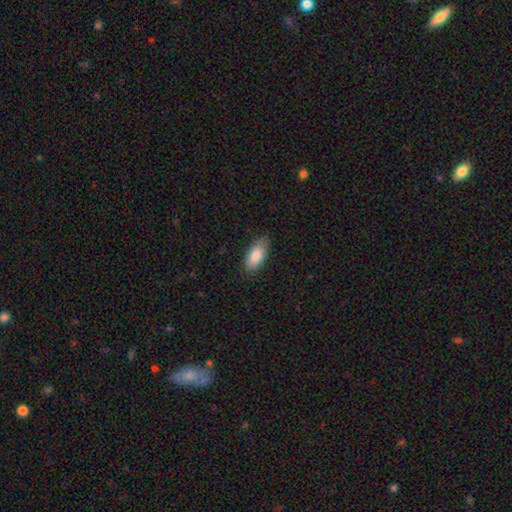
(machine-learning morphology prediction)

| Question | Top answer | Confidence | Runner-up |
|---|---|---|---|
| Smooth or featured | smooth | 85% | featured or disk (9%) |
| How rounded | in between | 89% | cigar-shaped (9%) |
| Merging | none | 84% | minor disturbance (13%) |